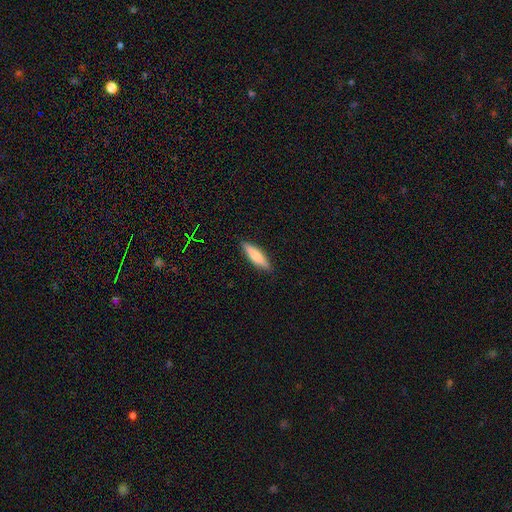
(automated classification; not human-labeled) smooth-or-featured: smooth: 76% | featured or disk: 18% | star or artifact: 6%
  how-rounded: cigar-shaped: 69% | in between: 29% | round: 2%
  merging: none: 88% | minor disturbance: 9% | major disturbance: 2% | merger: 1%